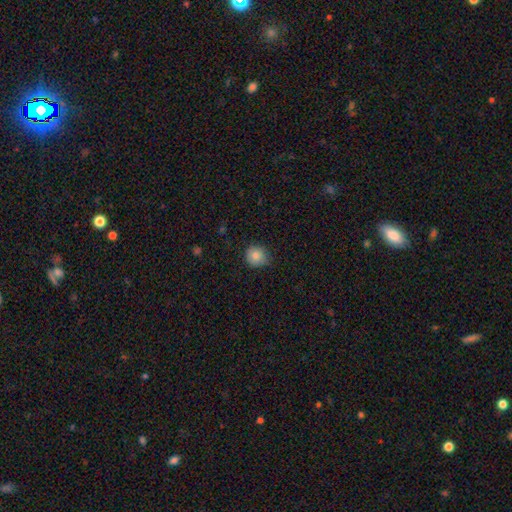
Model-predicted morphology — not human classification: Q: Smooth or featured?
A: smooth (83%); runner-up: star or artifact (10%)
Q: How rounded?
A: round (90%); runner-up: in between (9%)
Q: Merging?
A: none (77%); runner-up: minor disturbance (19%)